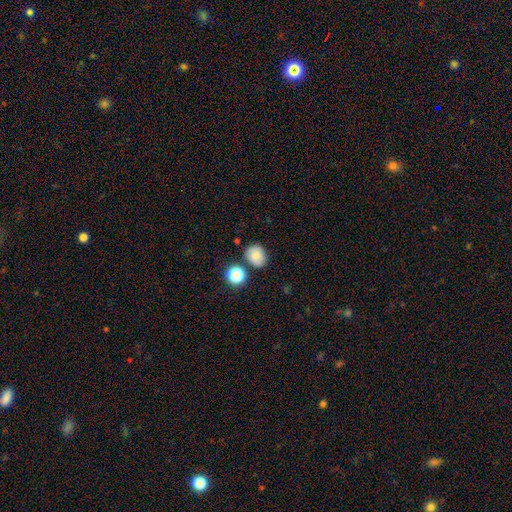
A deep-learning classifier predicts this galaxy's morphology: smooth_or_featured: smooth (p=0.74) [alt: featured or disk p=0.13]
how_rounded: round (p=0.63) [alt: in between p=0.36]
merging: none (p=0.72) [alt: minor disturbance p=0.16]